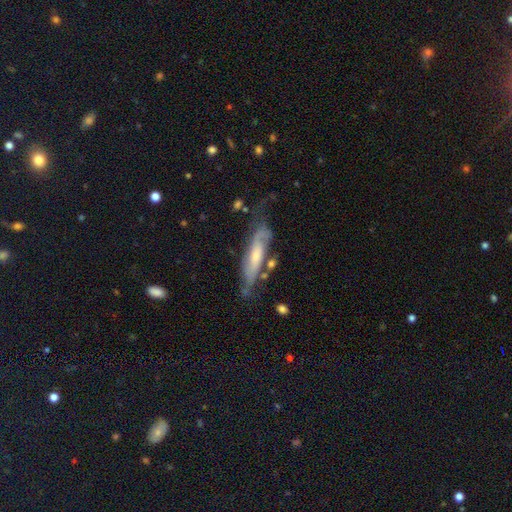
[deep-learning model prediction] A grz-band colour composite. It shows a featured or disk galaxy (66%). Merging: none (53%).